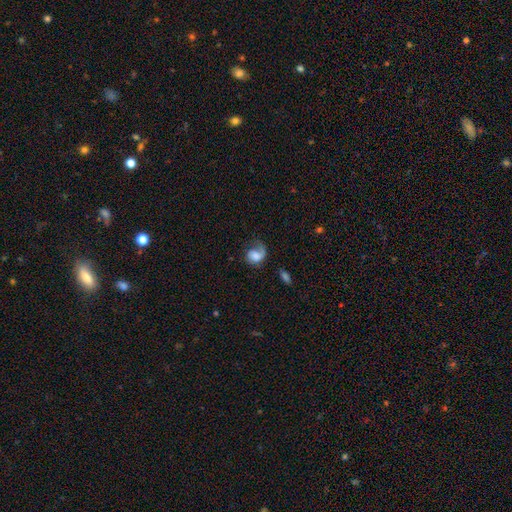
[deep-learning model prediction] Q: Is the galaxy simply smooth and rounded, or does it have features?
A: smooth — 47%.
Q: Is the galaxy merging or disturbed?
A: none — 38%.